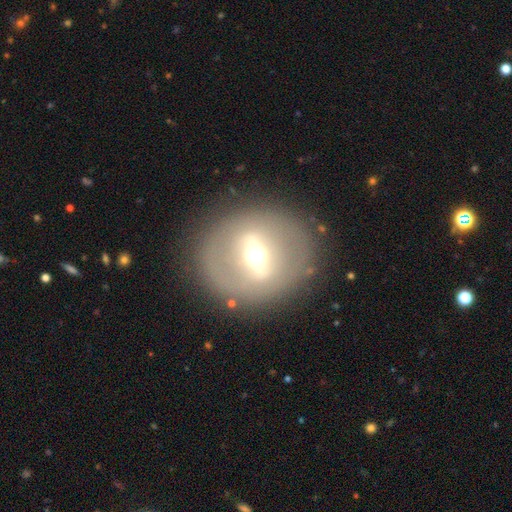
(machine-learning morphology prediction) This appears to be a featured or disk galaxy (68%) with a strong bar (60%), no spiral arms (80%) and a moderate central bulge (65%). Merging: none (83%).